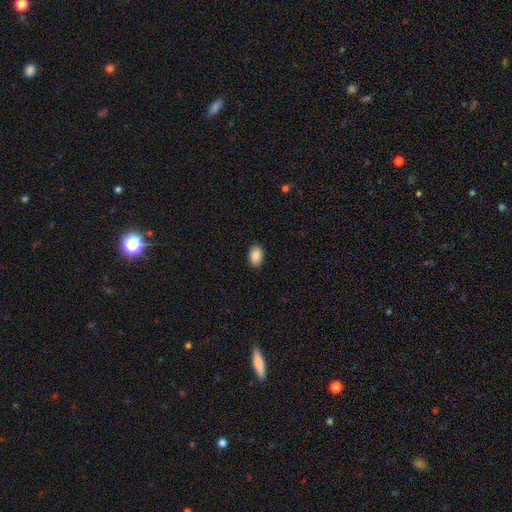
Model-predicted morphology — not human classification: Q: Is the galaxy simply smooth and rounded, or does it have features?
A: smooth — 89%.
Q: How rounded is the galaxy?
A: in between — 91%.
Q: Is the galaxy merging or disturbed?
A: none — 90%.